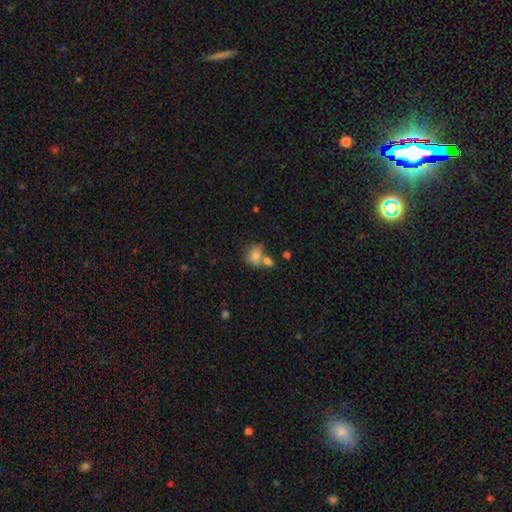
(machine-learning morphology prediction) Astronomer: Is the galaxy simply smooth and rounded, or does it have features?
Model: smooth — 78%.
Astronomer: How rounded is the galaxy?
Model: in between — 58% (runner-up: round, 40%).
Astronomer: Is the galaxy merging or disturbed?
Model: merger — 45% (runner-up: none, 35%).